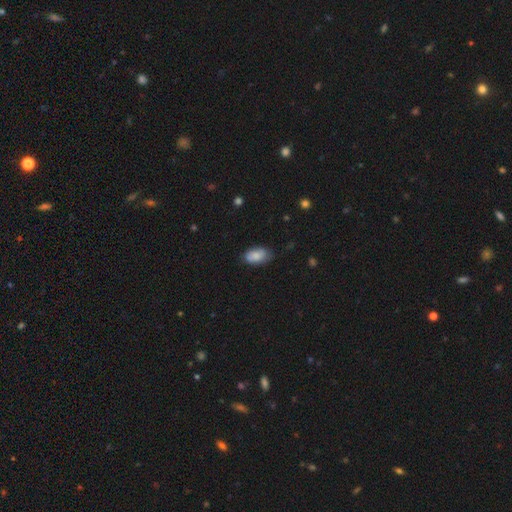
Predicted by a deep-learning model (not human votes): A smooth galaxy with no disk features (82%) that is in between round and cigar-shaped (93%). Merging: none (72%).